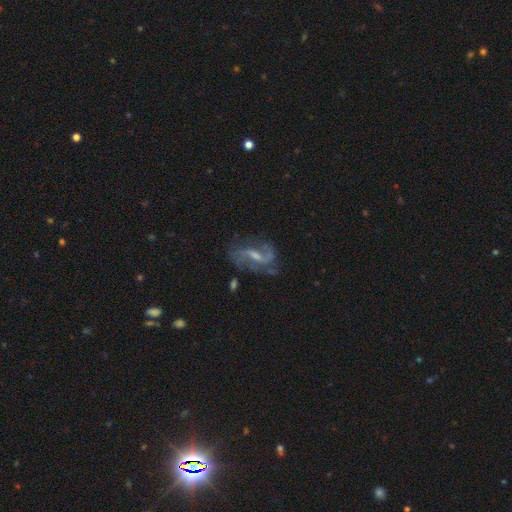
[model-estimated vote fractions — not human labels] Morphology: type=featured or disk (82%); edge-on=no (96%); bar=weak (53%); spiral arms=yes (94%); winding=loose (47%); arm count=2 (76%); bulge=small (48%); merging=none (64%).